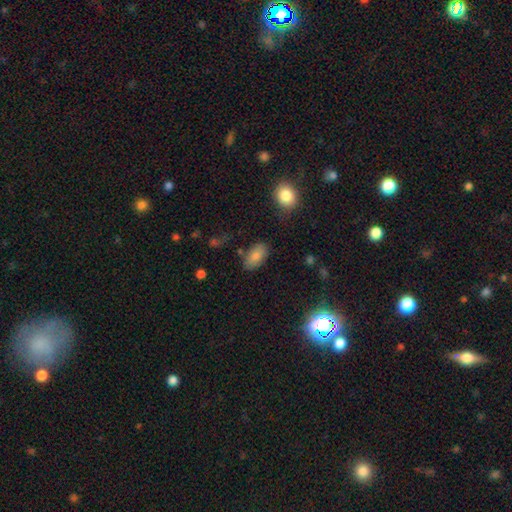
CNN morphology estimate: type=smooth (83%); roundness=in between (93%); merging=none (79%).